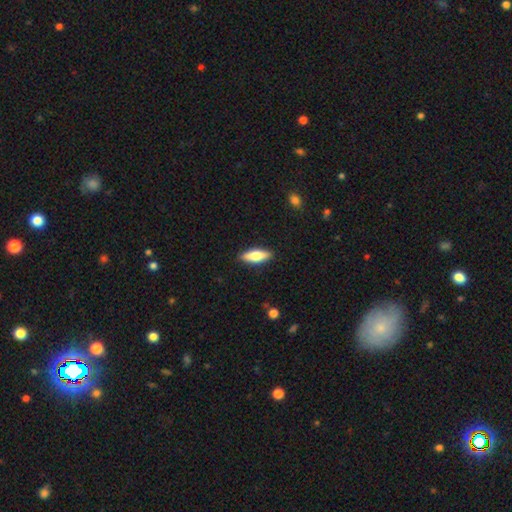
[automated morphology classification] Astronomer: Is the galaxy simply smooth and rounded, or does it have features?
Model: smooth — 61%.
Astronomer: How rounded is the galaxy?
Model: in between — 53% (runner-up: cigar-shaped, 44%).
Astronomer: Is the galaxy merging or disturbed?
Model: none — 90%.